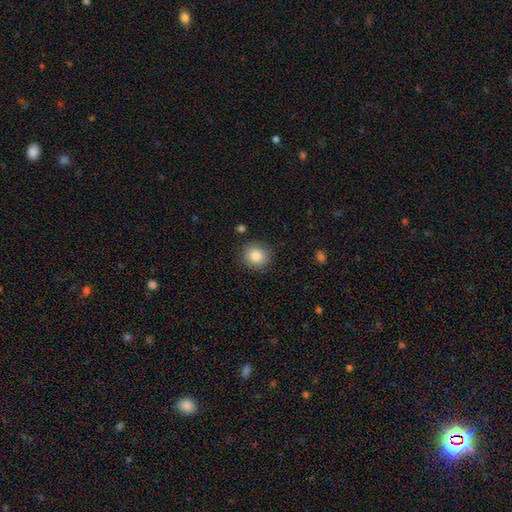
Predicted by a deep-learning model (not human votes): Morphology: type=smooth (84%); roundness=round (88%); merging=none (87%).